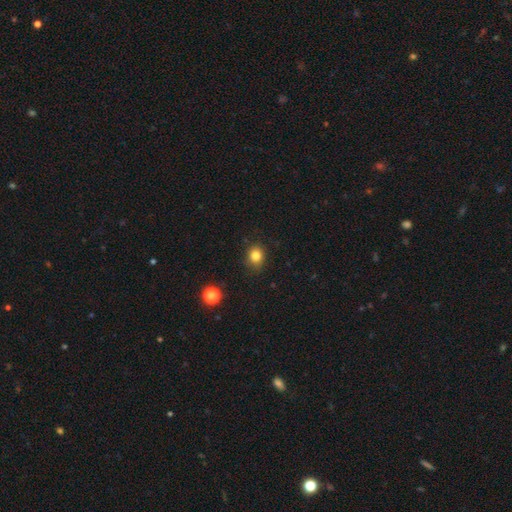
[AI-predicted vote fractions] The model was most divided on "how rounded": round: 68%, in between: 31%, cigar-shaped: 1%. More confident: merging — none (84%); smooth or featured — smooth (83%).